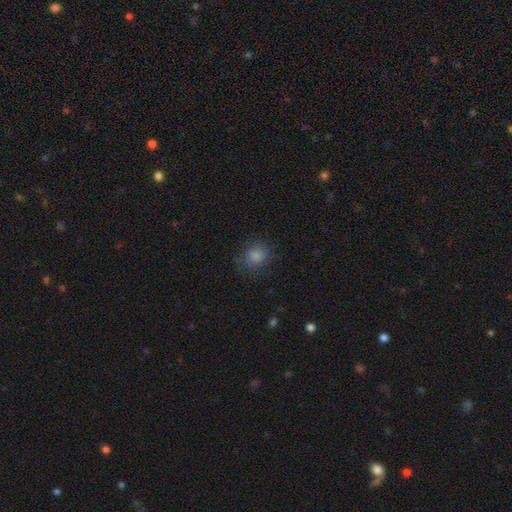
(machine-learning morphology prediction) Smooth or featured?
  - smooth: 71% *
  - star or artifact: 17%
  - featured or disk: 12%
How rounded?
  - round: 67% *
  - in between: 32%
  - cigar-shaped: 1%
Merging?
  - none: 77% *
  - minor disturbance: 15%
  - major disturbance: 7%
  - merger: 1%